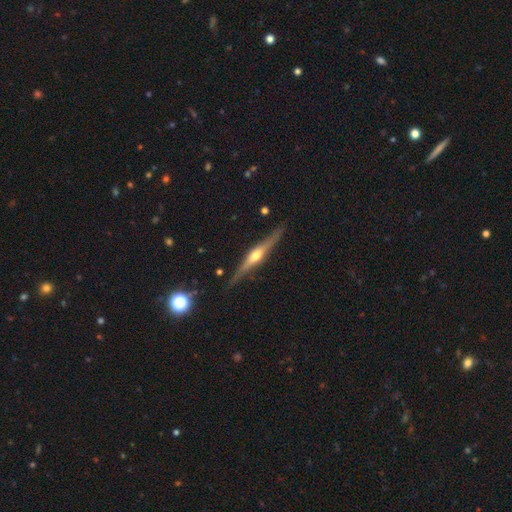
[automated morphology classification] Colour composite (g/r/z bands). It shows a featured or disk galaxy (78%) viewed edge-on (98%) with a rounded central bulge (90%). Merging: none (87%).